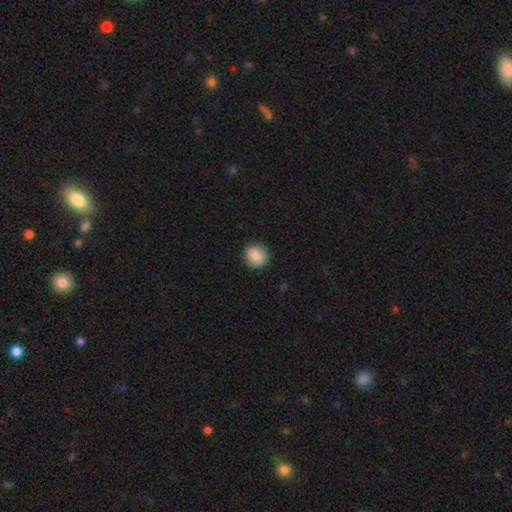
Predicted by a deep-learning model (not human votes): Smooth or featured? Predicted: smooth (p=0.88). How rounded? Predicted: round (p=0.89). Merging? Predicted: none (p=0.89).